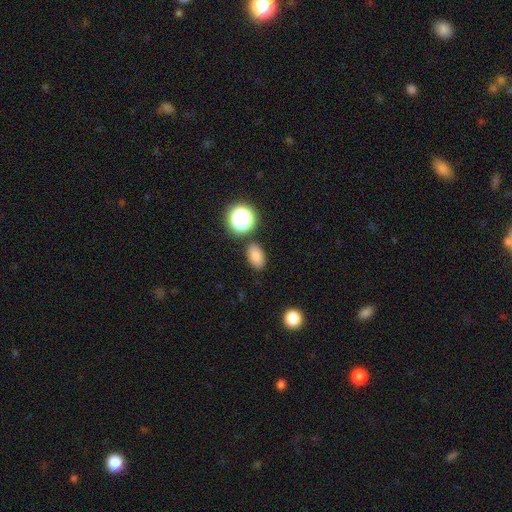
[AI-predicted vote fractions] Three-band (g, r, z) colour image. It shows a smooth galaxy with no disk features (82%) that is in between round and cigar-shaped (85%). Merging: none (83%).